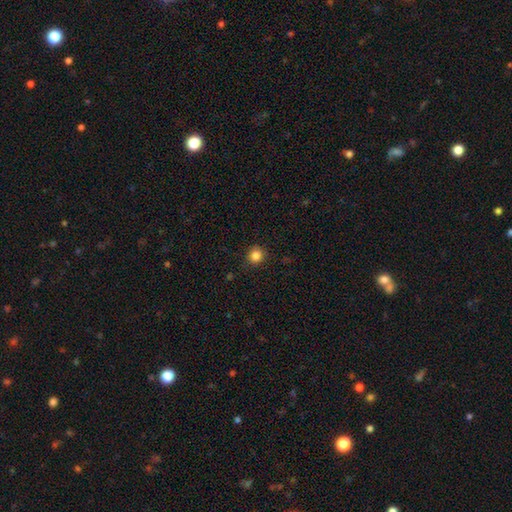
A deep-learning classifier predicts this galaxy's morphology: This appears to be a smooth galaxy with no disk features (84%) that is round (89%). Merging: none (87%).